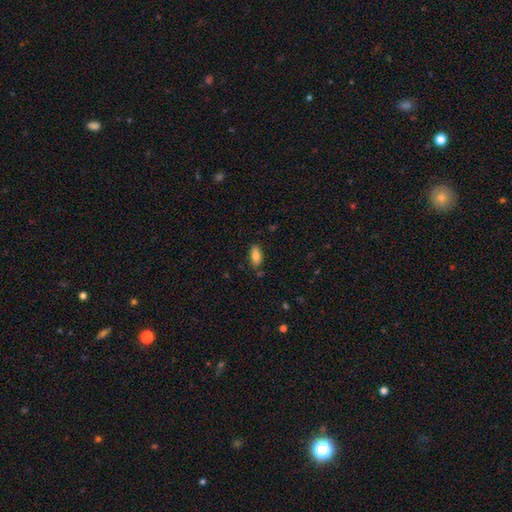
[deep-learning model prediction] A smooth galaxy with no disk features (81%) that is in between round and cigar-shaped (88%). Merging: none (82%).